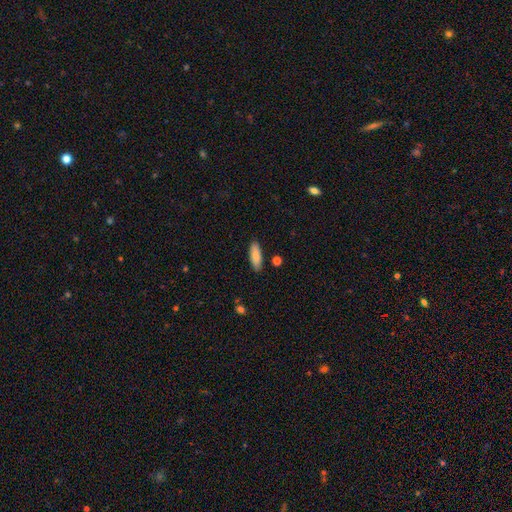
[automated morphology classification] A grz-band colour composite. It shows a smooth galaxy with no disk features (86%) that is in between round and cigar-shaped (65%). Merging: none (87%).